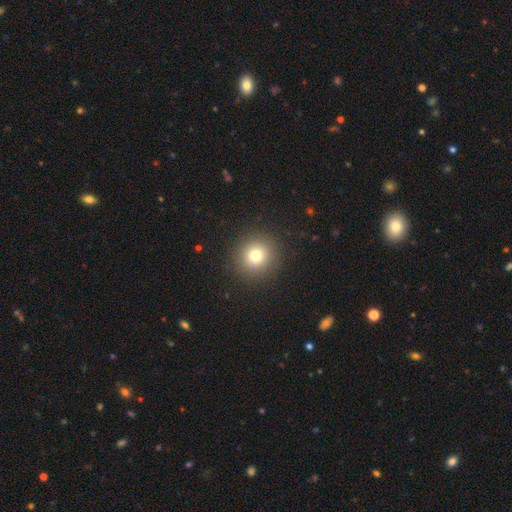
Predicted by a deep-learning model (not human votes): The model was most divided on "smooth or featured": smooth: 76%, star or artifact: 15%, featured or disk: 10%. More confident: how rounded — round (93%); merging — none (90%).